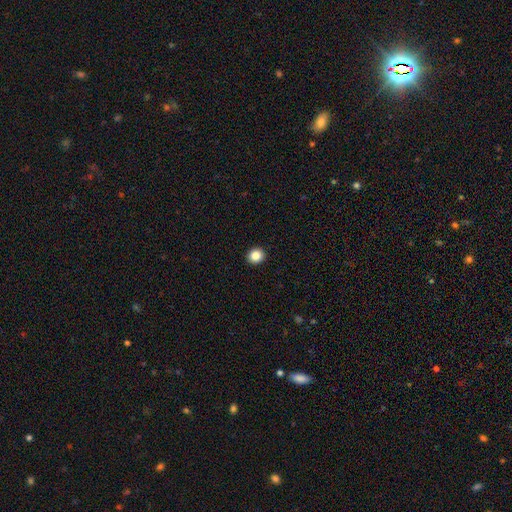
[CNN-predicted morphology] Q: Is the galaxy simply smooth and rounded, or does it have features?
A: smooth — 86%.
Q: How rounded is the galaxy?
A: round — 85%.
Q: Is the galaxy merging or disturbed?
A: none — 93%.